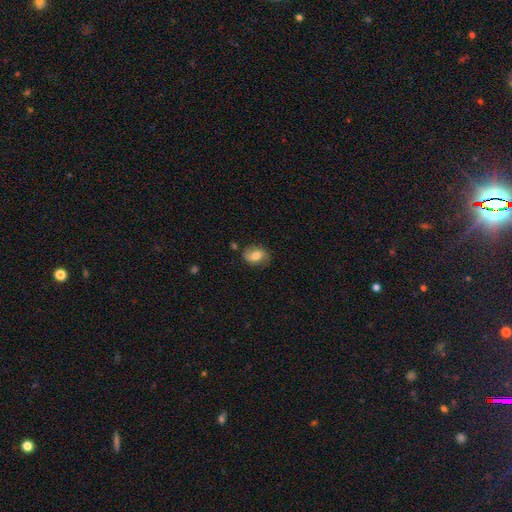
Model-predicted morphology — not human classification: This appears to be a smooth galaxy with no disk features (66%) that is in between round and cigar-shaped (67%). Merging: none (75%).